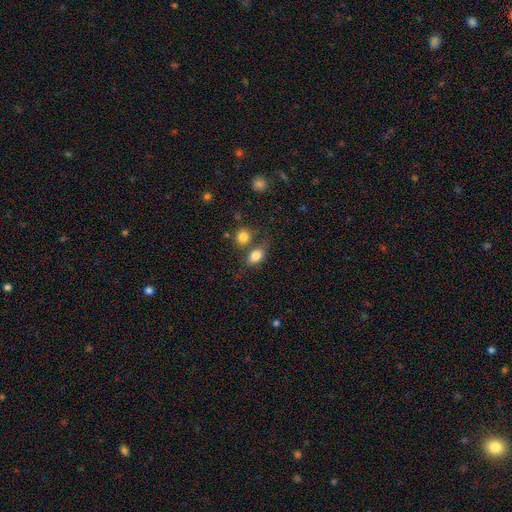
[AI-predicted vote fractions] Morphology: type=smooth (82%); roundness=in between (74%); merging=none (53%).